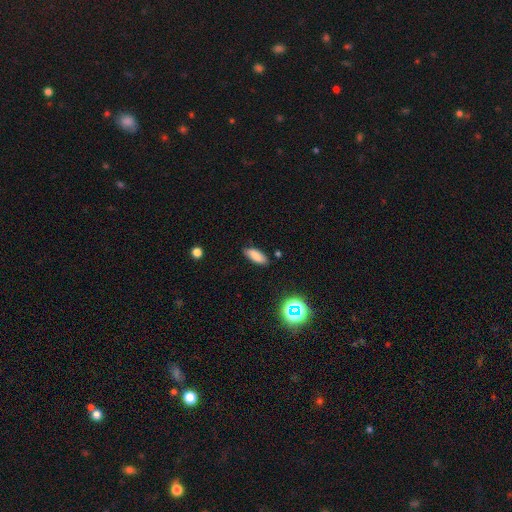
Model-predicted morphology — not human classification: Q: Smooth or featured?
A: smooth (83%); runner-up: star or artifact (10%)
Q: How rounded?
A: in between (73%); runner-up: cigar-shaped (24%)
Q: Merging?
A: none (84%); runner-up: minor disturbance (12%)